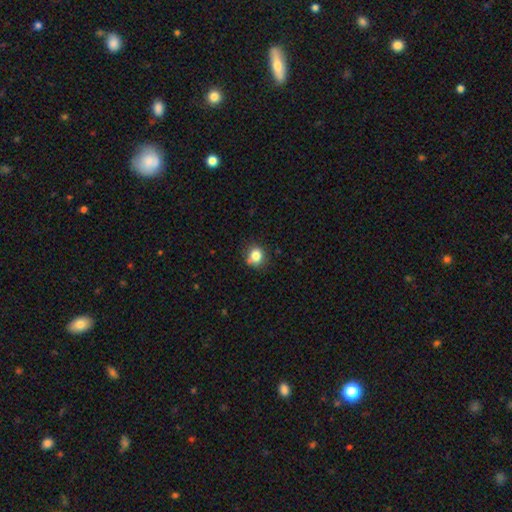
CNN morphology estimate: The model was most divided on "how rounded": round: 77%, in between: 22%, cigar-shaped: 1%. More confident: smooth or featured — smooth (82%); merging — none (75%).